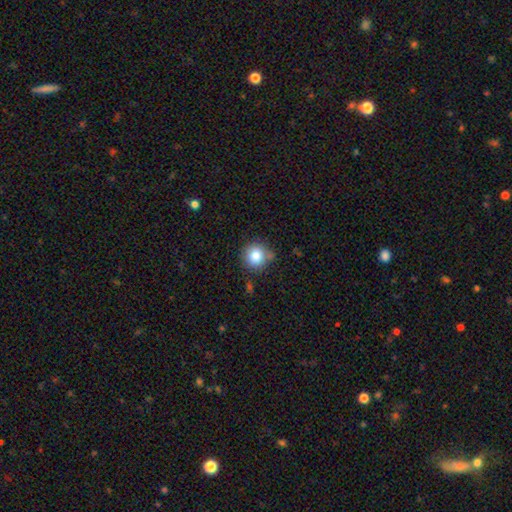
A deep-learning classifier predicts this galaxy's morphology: smooth 84%, star or artifact 10%, featured or disk 6%. Down the decision tree: how rounded — round (92%); merging — none (77%).